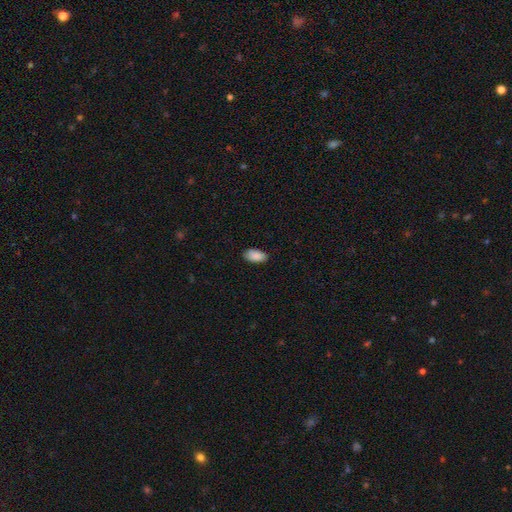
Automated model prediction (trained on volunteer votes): smooth 90%, star or artifact 6%, featured or disk 4%. Down the decision tree: how rounded — in between (94%); merging — none (85%).